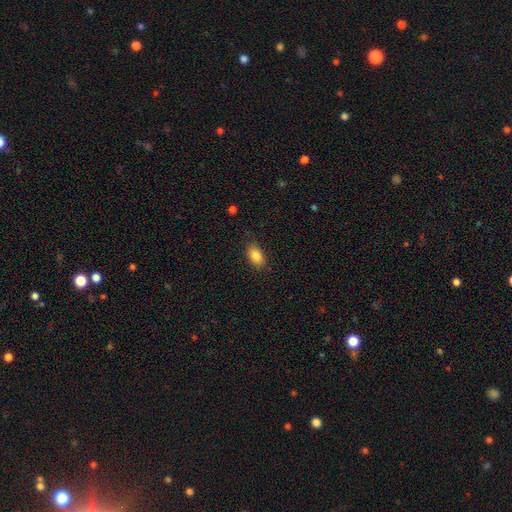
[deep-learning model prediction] smooth 85%, star or artifact 8%, featured or disk 7%. Down the decision tree: how rounded — in between (88%); merging — none (82%).